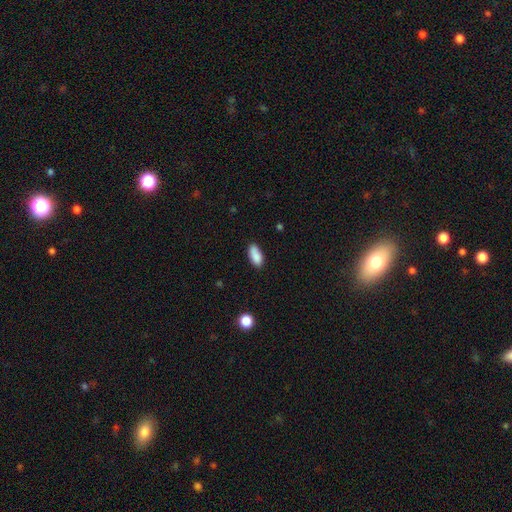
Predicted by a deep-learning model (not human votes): Smooth or featured?
  - smooth: 86% *
  - star or artifact: 8%
  - featured or disk: 6%
How rounded?
  - in between: 86% *
  - cigar-shaped: 11%
  - round: 3%
Merging?
  - none: 75% *
  - minor disturbance: 19%
  - major disturbance: 3%
  - merger: 3%